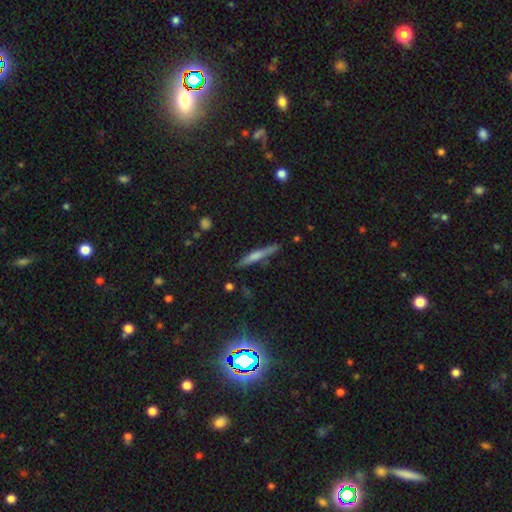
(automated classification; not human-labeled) smooth-or-featured: smooth: 46% | featured or disk: 43% | star or artifact: 10%
  merging: none: 84% | minor disturbance: 11% | major disturbance: 2% | merger: 2%